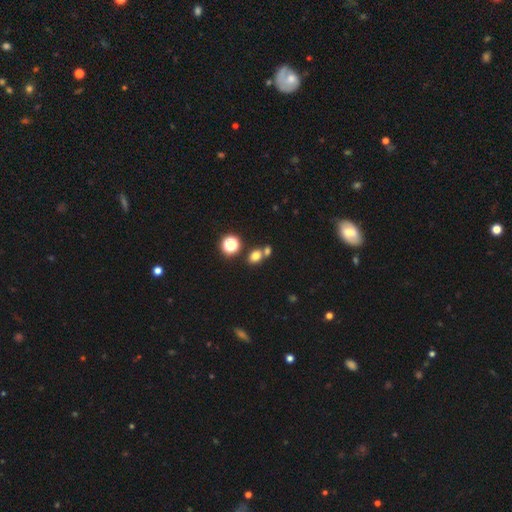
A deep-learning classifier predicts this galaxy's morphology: Smooth or featured: smooth — 74% (star or artifact — 18%)
How rounded: in between — 55% (round — 44%)
Merging: none — 55% (merger — 33%)